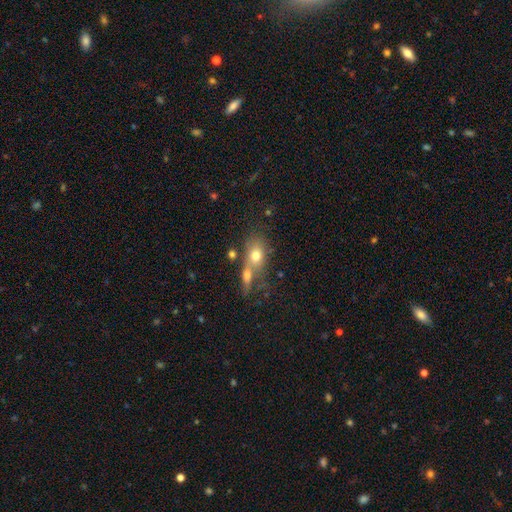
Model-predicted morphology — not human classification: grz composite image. It shows a smooth galaxy with no disk features (72%) that is in between round and cigar-shaped (68%). Merging: merger (48%).